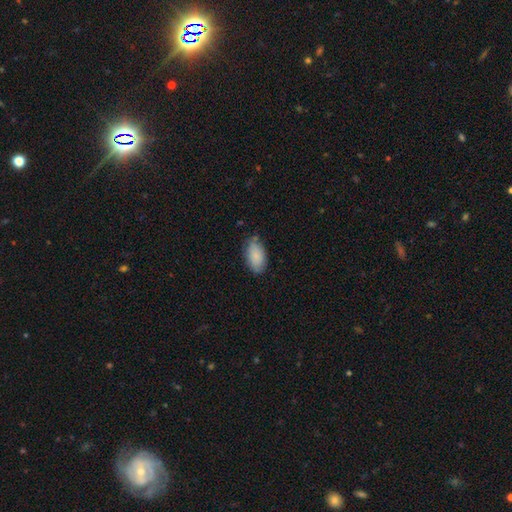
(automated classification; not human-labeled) Smooth or featured? Predicted: smooth (p=0.85). How rounded? Predicted: in between (p=0.95). Merging? Predicted: none (p=0.76).